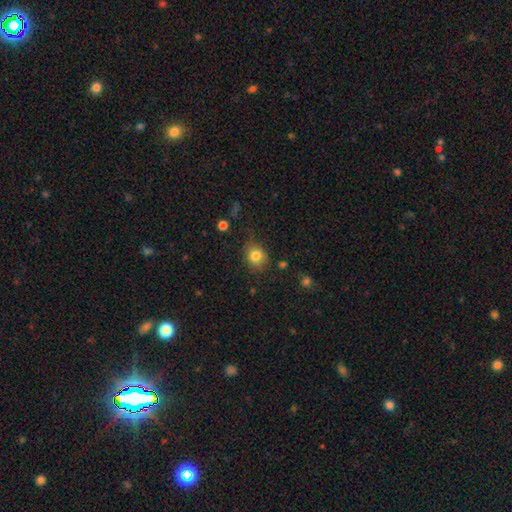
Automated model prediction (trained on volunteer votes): Smooth or featured? Predicted: smooth (p=0.80). How rounded? Predicted: round (p=0.67). Merging? Predicted: none (p=0.69).